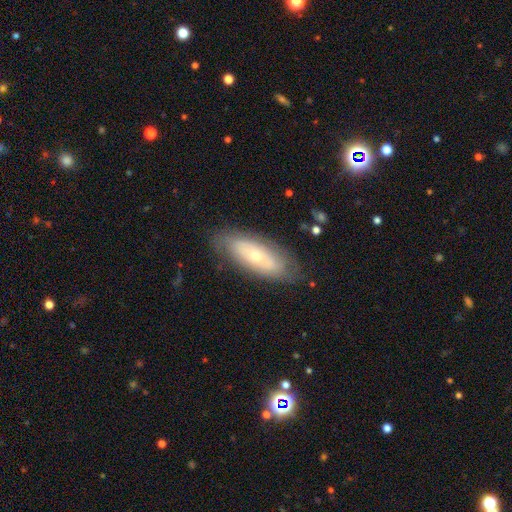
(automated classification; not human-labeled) Q: Smooth or featured?
A: featured or disk (51%); runner-up: smooth (42%)
Q: Edge-on disk?
A: no (79%); runner-up: yes (21%)
Q: Merging?
A: none (79%); runner-up: minor disturbance (15%)